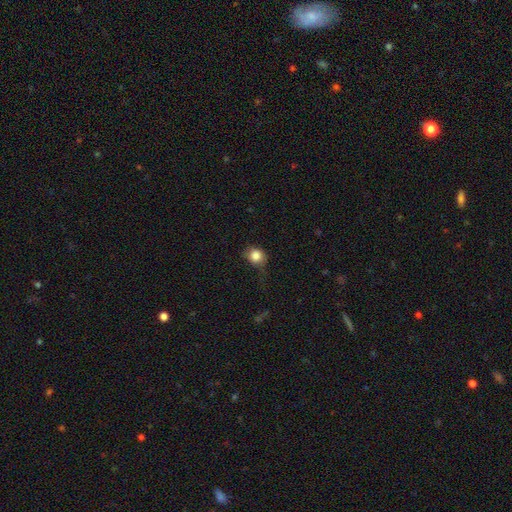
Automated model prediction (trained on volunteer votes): This is clearly a smooth galaxy (83%). How rounded: likely round (77%). Merging: possibly none (56%).